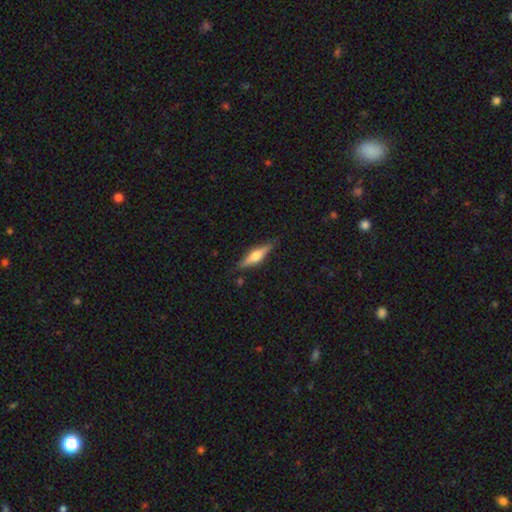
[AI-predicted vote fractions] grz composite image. It shows a featured or disk galaxy (56%) viewed edge-on (95%) with a rounded central bulge (88%). Merging: none (84%).